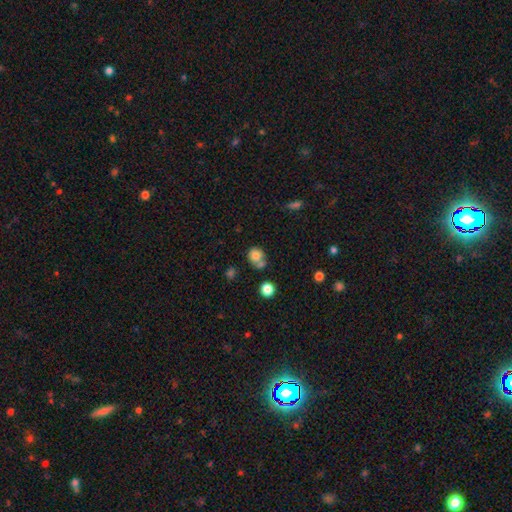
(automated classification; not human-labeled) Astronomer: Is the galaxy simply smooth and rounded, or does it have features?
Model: smooth — 76%.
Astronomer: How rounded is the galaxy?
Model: round — 78%.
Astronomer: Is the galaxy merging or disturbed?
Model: none — 48% (runner-up: merger, 33%).